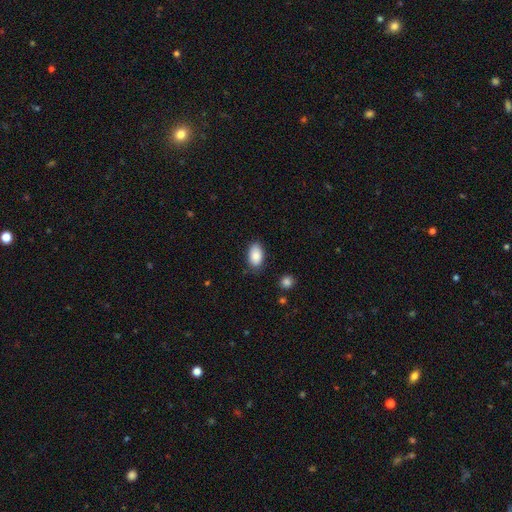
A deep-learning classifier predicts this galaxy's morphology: A smooth galaxy with no disk features (87%) that is in between round and cigar-shaped (93%).

Vote fractions:
- Smooth or featured? smooth: 87% / star or artifact: 7% / featured or disk: 6%
- How rounded? in between: 93% / round: 6% / cigar-shaped: 2%
- Merging? none: 80% / minor disturbance: 15% / major disturbance: 3% / merger: 2%